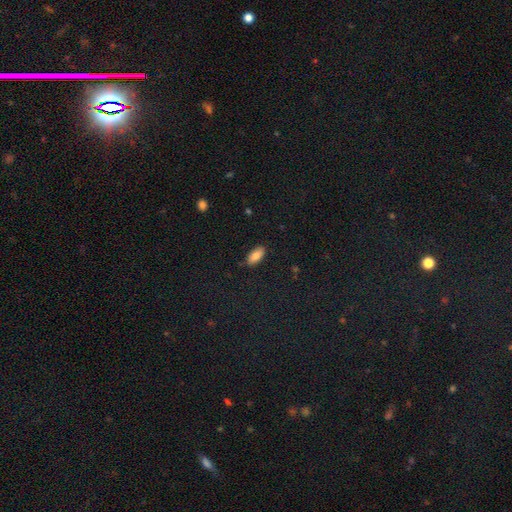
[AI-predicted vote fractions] Q: Smooth or featured?
A: smooth (83%); runner-up: featured or disk (9%)
Q: How rounded?
A: in between (89%); runner-up: cigar-shaped (9%)
Q: Merging?
A: none (86%); runner-up: minor disturbance (11%)